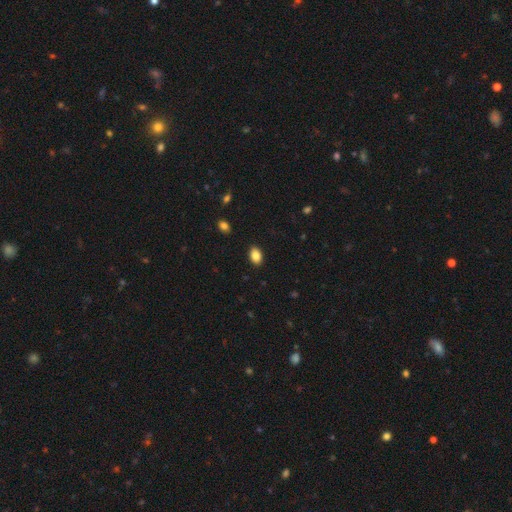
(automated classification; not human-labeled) Smooth or featured? smooth (86%)
How rounded? in between (85%)
Merging? none (90%)